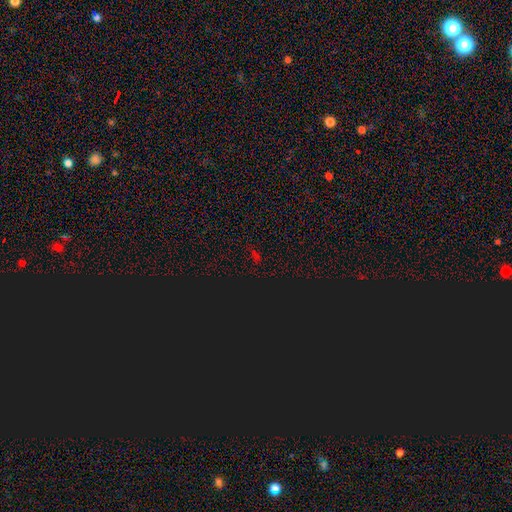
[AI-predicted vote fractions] This appears to be a star or artifact, not a galaxy (72%).